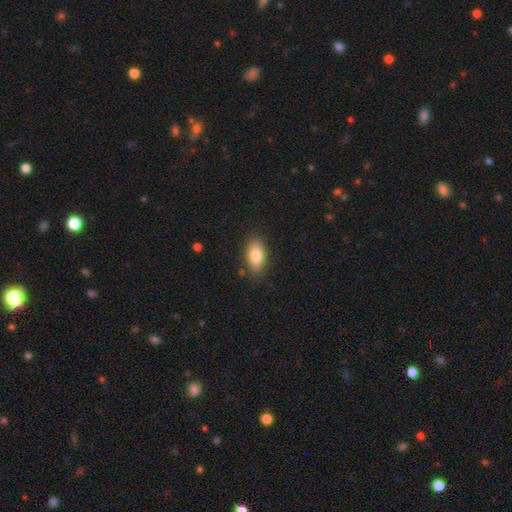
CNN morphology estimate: A smooth galaxy with no disk features (79%) that is in between round and cigar-shaped (87%).

Vote fractions:
- Smooth or featured? smooth: 79% / featured or disk: 14% / star or artifact: 7%
- How rounded? in between: 87% / cigar-shaped: 8% / round: 5%
- Merging? none: 83% / minor disturbance: 12% / major disturbance: 3% / merger: 2%